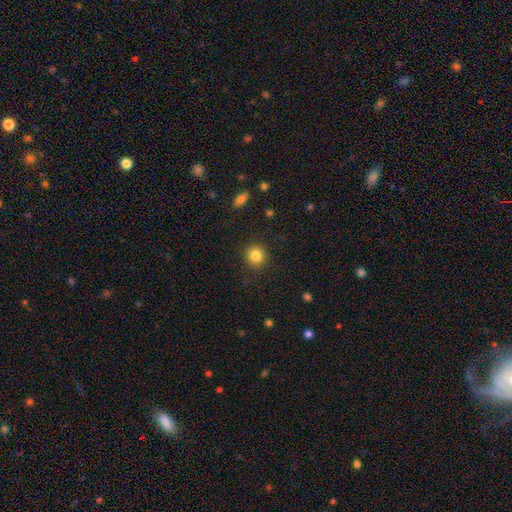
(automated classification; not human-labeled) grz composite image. It shows a smooth galaxy with no disk features (84%) that is round (89%). Merging: none (89%).